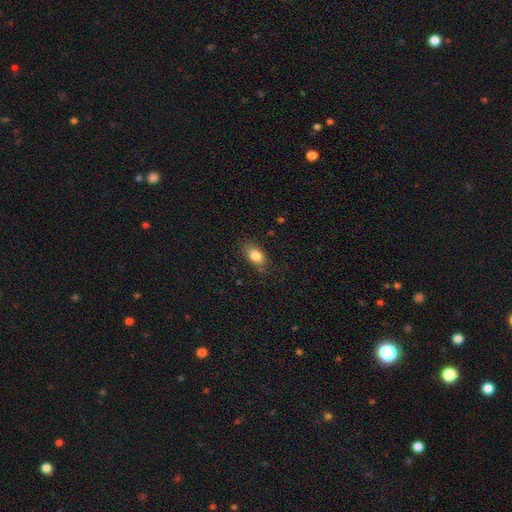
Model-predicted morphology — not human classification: Overall: smooth (84%). How rounded: in between (86%). Merging: none (79%).